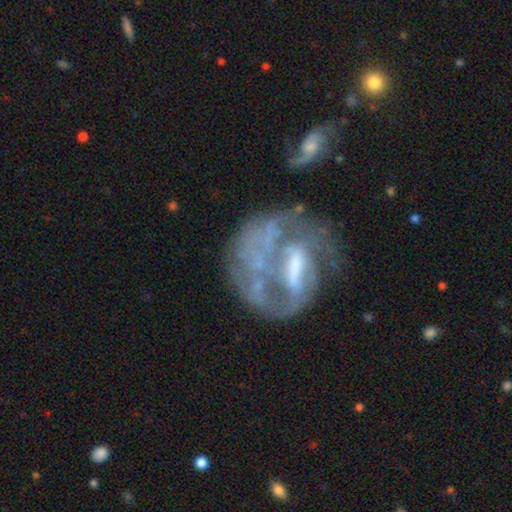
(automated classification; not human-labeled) smooth_or_featured: featured or disk (p=0.71) [alt: smooth p=0.18]
disk_edge_on: no (p=0.96) [alt: yes p=0.04]
bar: no (p=0.43) [alt: weak p=0.33]
has_spiral_arms: no (p=0.56) [alt: yes p=0.44]
bulge_size: none (p=0.39) [alt: moderate p=0.32]
merging: none (p=0.36) [alt: major disturbance p=0.34]